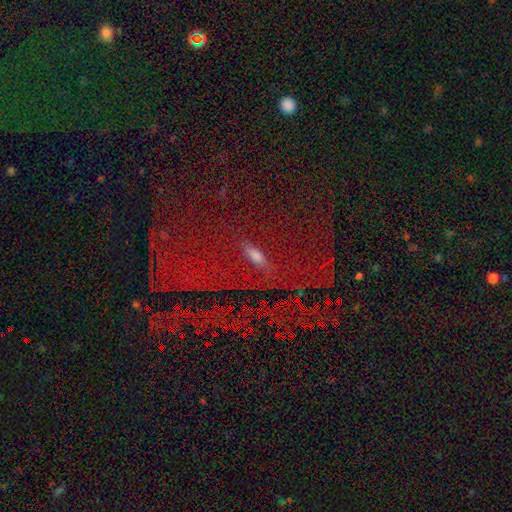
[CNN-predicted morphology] Smooth or featured? star or artifact (41%)